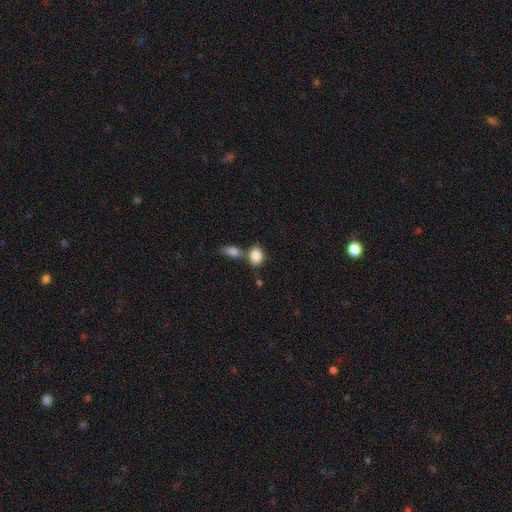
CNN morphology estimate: A smooth galaxy with no disk features (85%) that is in between round and cigar-shaped (74%). Merging: none (46%).